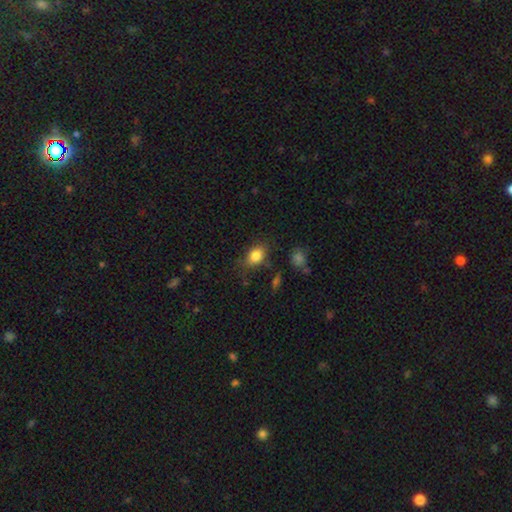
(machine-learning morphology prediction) Smooth or featured?
  - smooth: 83% *
  - star or artifact: 10%
  - featured or disk: 7%
How rounded?
  - in between: 74% *
  - round: 24%
  - cigar-shaped: 2%
Merging?
  - none: 72% *
  - minor disturbance: 19%
  - major disturbance: 6%
  - merger: 3%